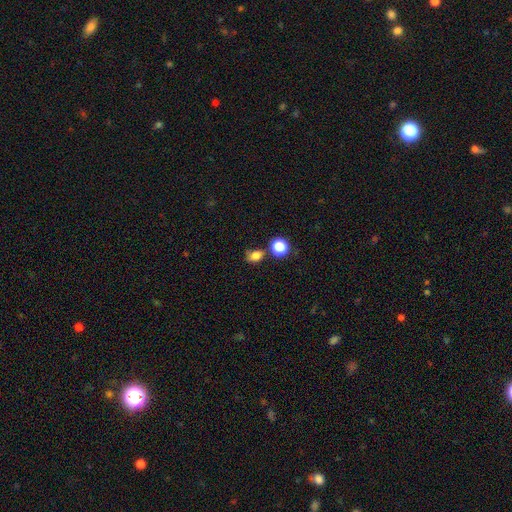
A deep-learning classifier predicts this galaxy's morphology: The model was most divided on "how rounded": in between: 55%, round: 44%, cigar-shaped: 2%. More confident: smooth or featured — smooth (79%); merging — none (60%).